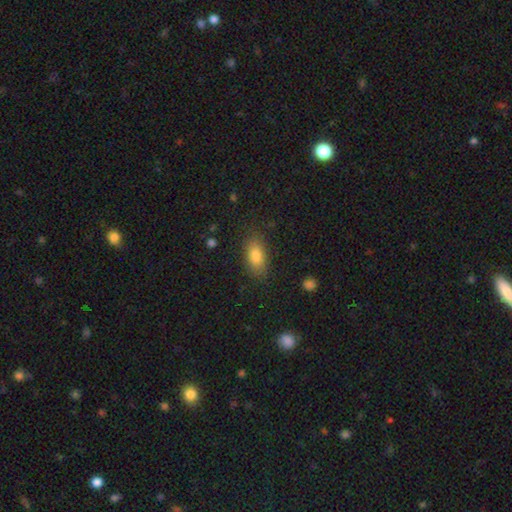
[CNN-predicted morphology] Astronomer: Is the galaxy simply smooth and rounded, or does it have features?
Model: smooth — 83%.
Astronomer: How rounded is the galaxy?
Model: in between — 86%.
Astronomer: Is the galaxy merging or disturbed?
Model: none — 83%.